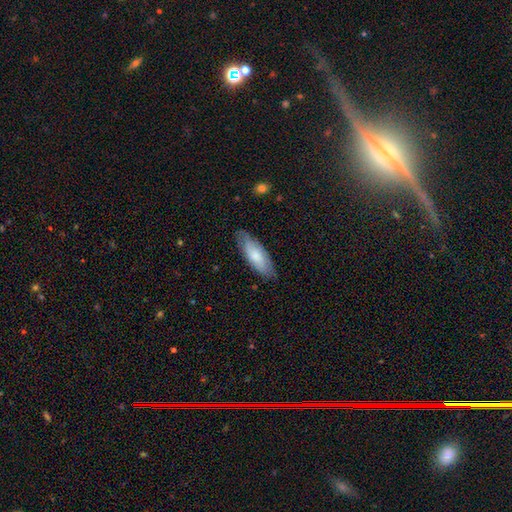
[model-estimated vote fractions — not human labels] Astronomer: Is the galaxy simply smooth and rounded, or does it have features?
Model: smooth — 67%.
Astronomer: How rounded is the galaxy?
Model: in between — 65%.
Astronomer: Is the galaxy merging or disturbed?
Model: none — 77%.